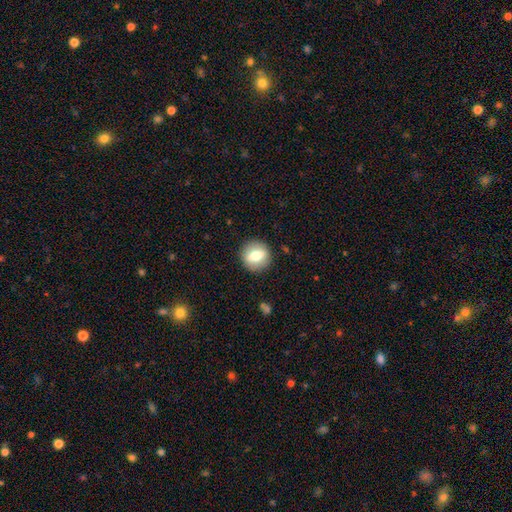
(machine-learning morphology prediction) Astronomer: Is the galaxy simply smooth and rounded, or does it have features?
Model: smooth — 69%.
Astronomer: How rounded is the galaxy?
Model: round — 86%.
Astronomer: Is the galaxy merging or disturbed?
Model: none — 89%.